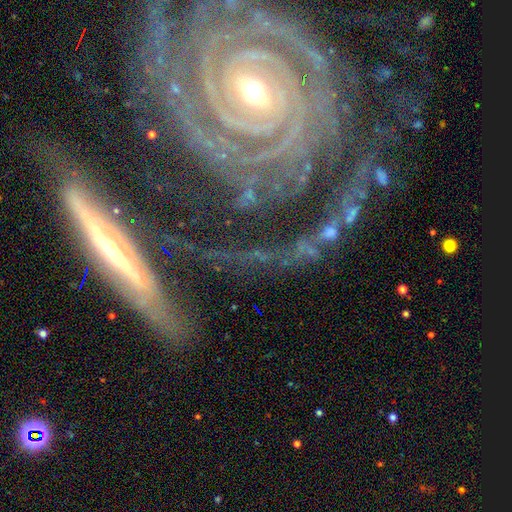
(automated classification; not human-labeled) This is likely a featured or disk galaxy (69%). It is likely not viewed edge-on (73%). Bar: marginally no (37%). Spiral arm pattern: clearly yes (86%). Central bulge: possibly small (52%). Merging: possibly none (56%).